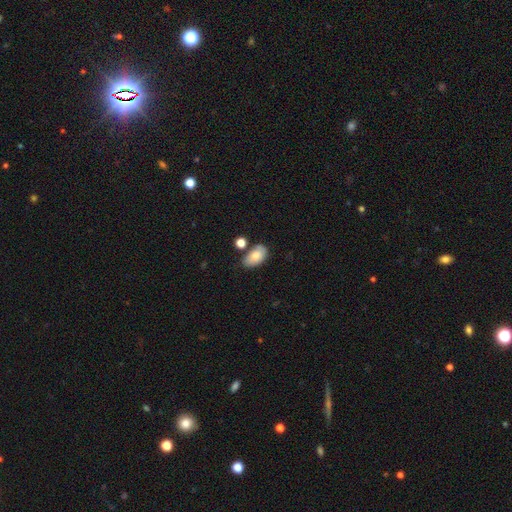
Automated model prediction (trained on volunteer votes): The model was most divided on "merging": none: 60%, minor disturbance: 21%, merger: 14%, major disturbance: 5%. More confident: how rounded — in between (92%); smooth or featured — smooth (78%).